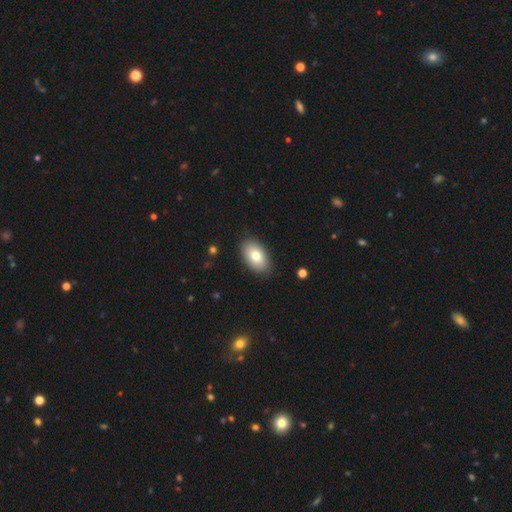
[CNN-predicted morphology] Smooth or featured?
  - smooth: 76% *
  - featured or disk: 16%
  - star or artifact: 7%
How rounded?
  - in between: 92% *
  - round: 7%
  - cigar-shaped: 1%
Merging?
  - none: 86% *
  - minor disturbance: 10%
  - major disturbance: 2%
  - merger: 1%